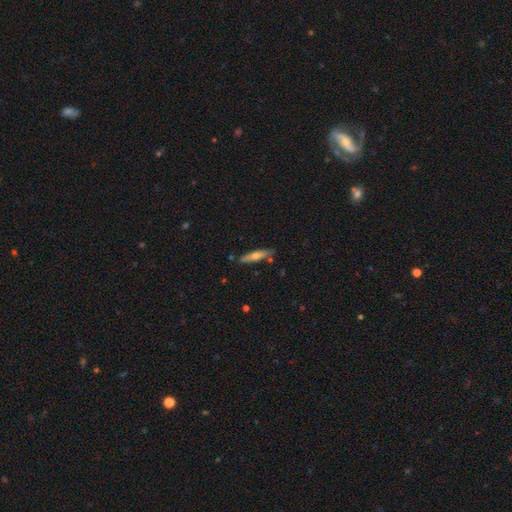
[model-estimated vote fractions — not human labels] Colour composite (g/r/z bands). It shows a smooth galaxy with no disk features (55%) that is cigar-shaped (83%). Merging: none (82%).